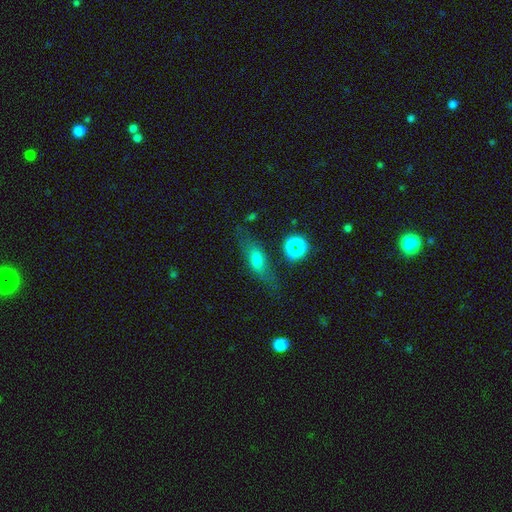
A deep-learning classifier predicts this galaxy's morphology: Q: Smooth or featured?
A: featured or disk (45%); runner-up: smooth (36%)
Q: Merging?
A: none (73%); runner-up: minor disturbance (16%)